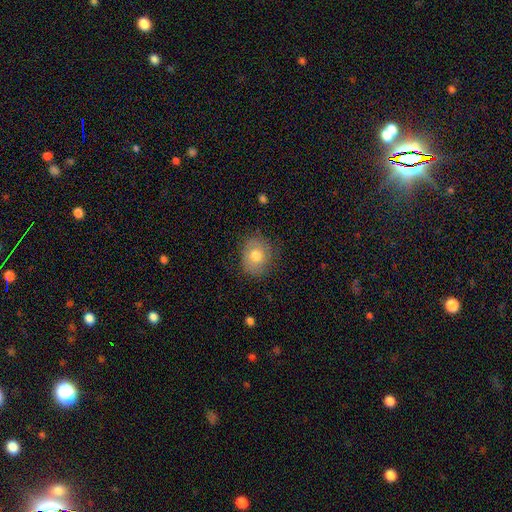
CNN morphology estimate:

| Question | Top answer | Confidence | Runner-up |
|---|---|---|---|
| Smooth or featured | smooth | 73% | featured or disk (18%) |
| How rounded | round | 57% | in between (42%) |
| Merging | none | 80% | minor disturbance (15%) |